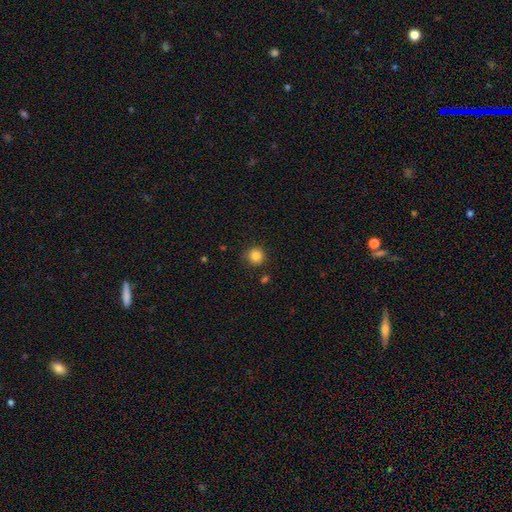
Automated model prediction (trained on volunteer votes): smooth-or-featured: smooth: 85% | star or artifact: 11% | featured or disk: 5%
  how-rounded: round: 93% | in between: 6% | cigar-shaped: 1%
  merging: none: 85% | minor disturbance: 10% | major disturbance: 2% | merger: 2%